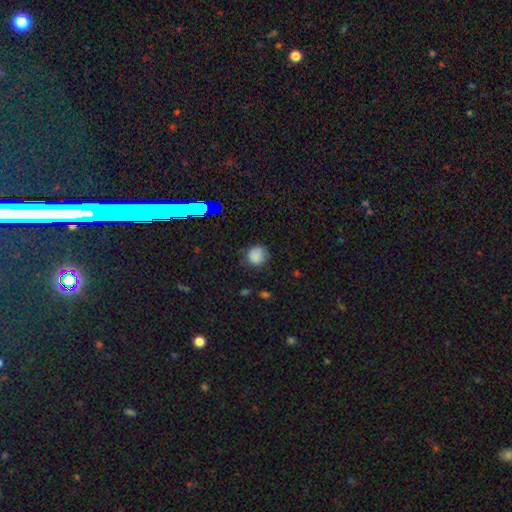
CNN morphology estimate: A smooth galaxy with no disk features (82%) that is round (86%).

Vote fractions:
- Smooth or featured? smooth: 82% / star or artifact: 13% / featured or disk: 5%
- How rounded? round: 86% / in between: 13% / cigar-shaped: 1%
- Merging? none: 74% / minor disturbance: 19% / major disturbance: 5% / merger: 1%